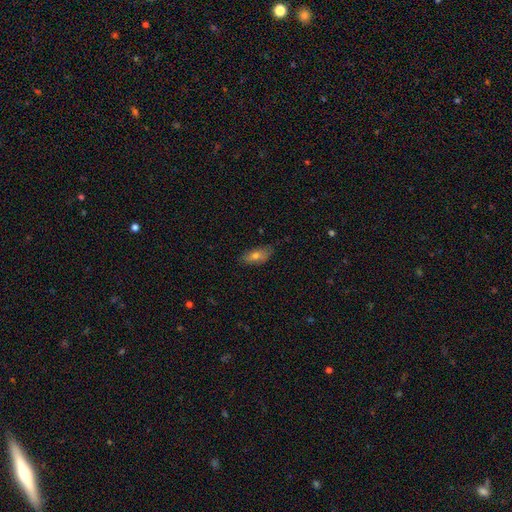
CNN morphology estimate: Q: Smooth or featured?
A: smooth (70%); runner-up: featured or disk (22%)
Q: How rounded?
A: in between (79%); runner-up: cigar-shaped (18%)
Q: Merging?
A: none (72%); runner-up: minor disturbance (23%)